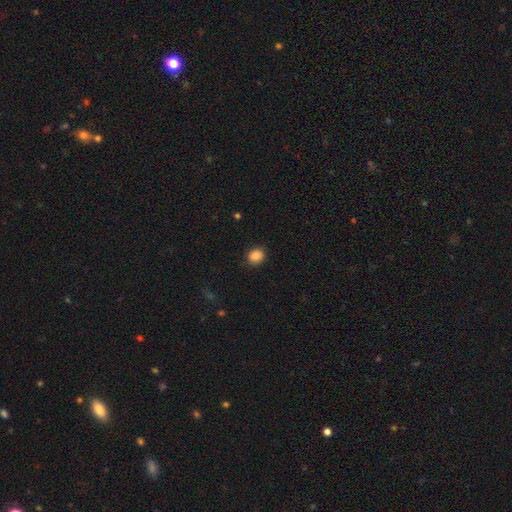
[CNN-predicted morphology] Q: Smooth or featured?
A: smooth (85%); runner-up: star or artifact (10%)
Q: How rounded?
A: round (75%); runner-up: in between (24%)
Q: Merging?
A: none (88%); runner-up: minor disturbance (9%)